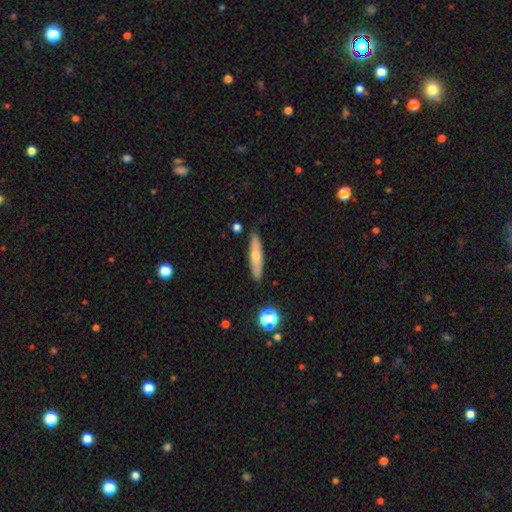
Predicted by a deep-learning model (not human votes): smooth 57%, featured or disk 36%, star or artifact 7%. Down the decision tree: how rounded — cigar-shaped (82%); merging — none (88%).